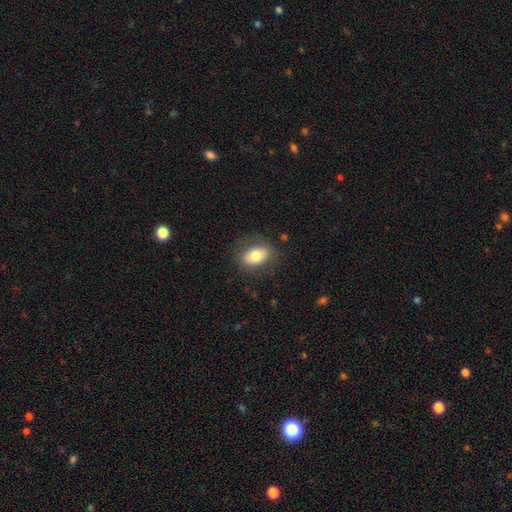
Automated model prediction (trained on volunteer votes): Morphology: type=smooth (75%); roundness=in between (84%); merging=none (79%).